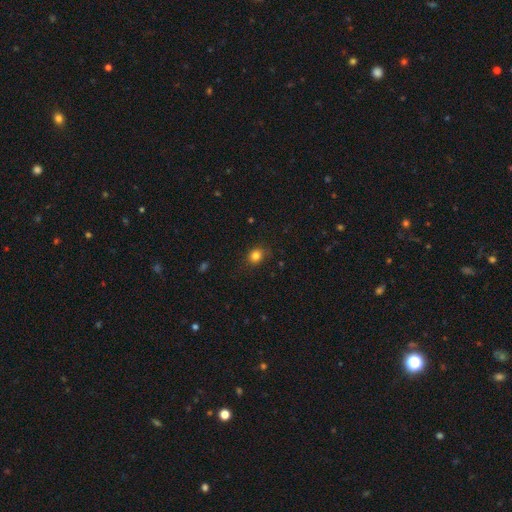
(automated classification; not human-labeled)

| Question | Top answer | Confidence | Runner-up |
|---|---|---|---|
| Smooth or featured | smooth | 82% | star or artifact (12%) |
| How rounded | round | 70% | in between (29%) |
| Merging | none | 83% | minor disturbance (13%) |